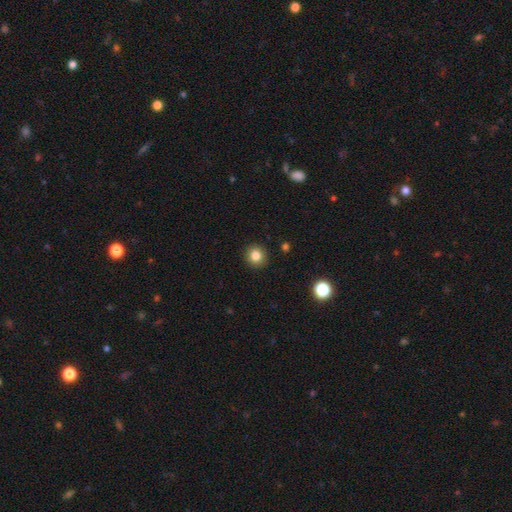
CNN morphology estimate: Smooth or featured? smooth (83%)
How rounded? round (92%)
Merging? none (92%)